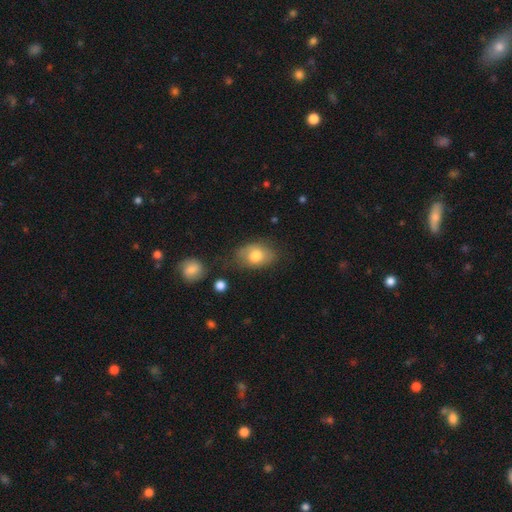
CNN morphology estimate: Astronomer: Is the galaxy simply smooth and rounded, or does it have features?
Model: smooth — 74%.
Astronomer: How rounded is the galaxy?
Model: in between — 82%.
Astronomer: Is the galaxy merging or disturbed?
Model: none — 65%.